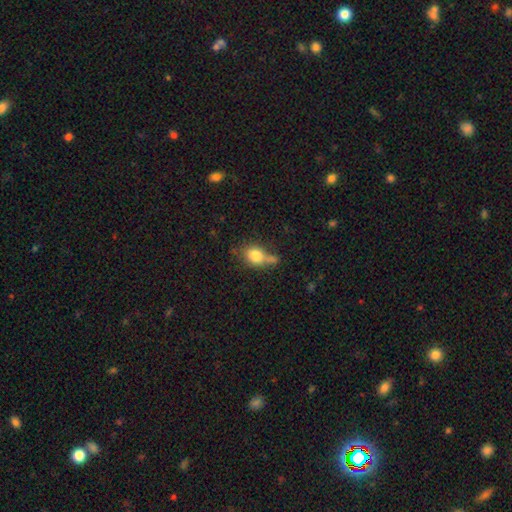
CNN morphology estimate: Smooth or featured? Predicted: smooth (p=0.79). How rounded? Predicted: in between (p=0.51). Merging? Predicted: none (p=0.44).